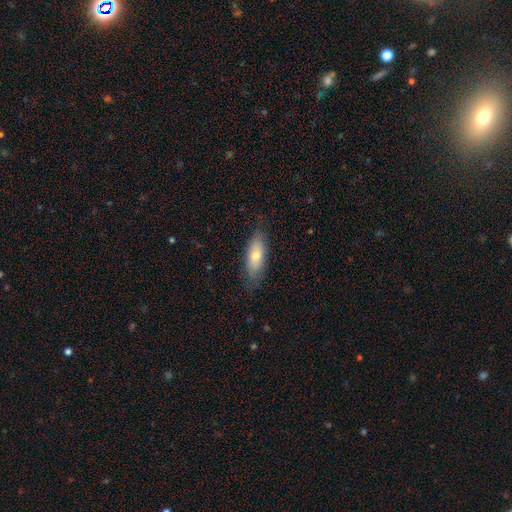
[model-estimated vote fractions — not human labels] Overall: smooth (70%). How rounded: in between (69%). Merging: none (79%).